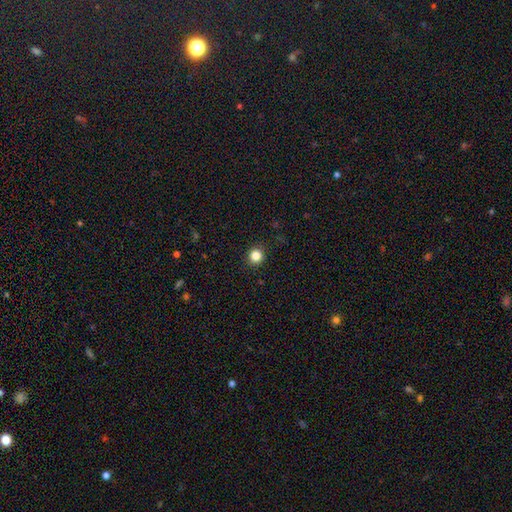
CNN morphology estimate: Q: Smooth or featured?
A: smooth (84%); runner-up: star or artifact (12%)
Q: How rounded?
A: round (92%); runner-up: in between (7%)
Q: Merging?
A: none (92%); runner-up: minor disturbance (6%)